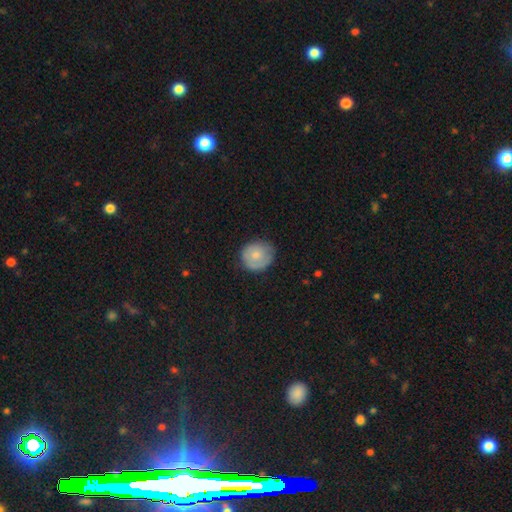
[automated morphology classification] Smooth or featured? Predicted: smooth (p=0.67). How rounded? Predicted: round (p=0.84). Merging? Predicted: none (p=0.71).